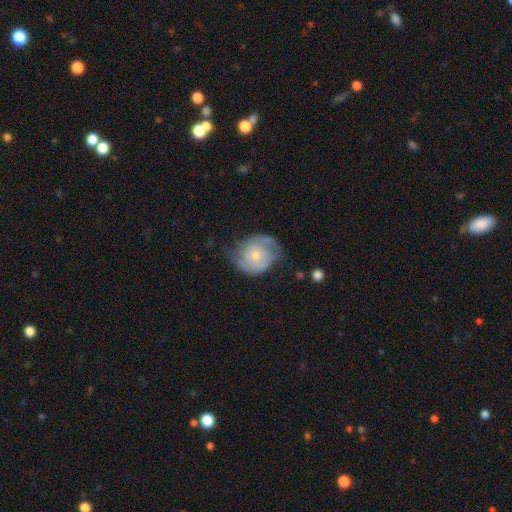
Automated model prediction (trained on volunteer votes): A featured or disk galaxy (66%) with no bar (67%), 2 (73%) medium (41%) spiral arms (88%) and a small central bulge (53%).

Vote fractions:
- Smooth or featured? featured or disk: 66% / smooth: 28% / star or artifact: 6%
- Edge-on disk? no: 97% / yes: 3%
- Bar? no: 67% / weak: 29% / strong: 5%
- Spiral arms? yes: 88% / no: 12%
- Spiral winding? medium: 41% / tight: 40% / loose: 18%
- Spiral arm count? 2: 73% / can't tell: 15% / 3: 5% / 1: 4% / 4: 2% / more than 4: 2%
- Bulge size? small: 53% / moderate: 41% / large: 2% / none: 2% / dominant: 1%
- Merging? none: 58% / minor disturbance: 28% / major disturbance: 12% / merger: 2%